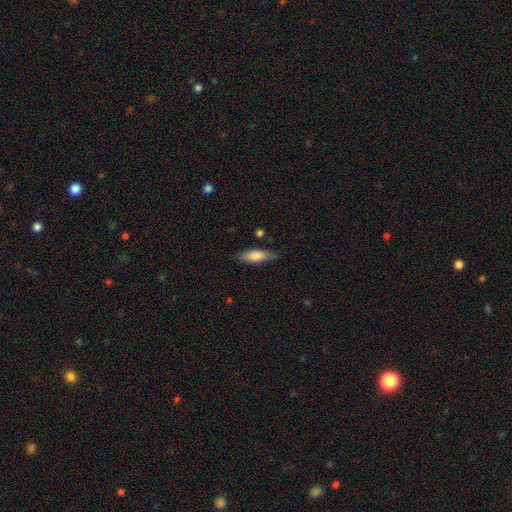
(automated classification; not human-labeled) This appears to be a smooth galaxy with no disk features (78%) that is in between round and cigar-shaped (59%). Merging: none (78%).